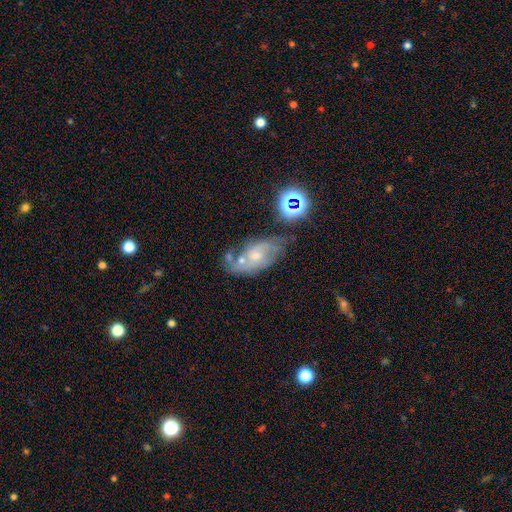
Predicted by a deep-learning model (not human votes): This is possibly a featured or disk galaxy (57%). It is clearly not viewed edge-on (93%). Bar: likely no (70%). Spiral arm pattern: likely yes (73%). Central bulge: possibly small (50%). Merging: marginally none (44%).